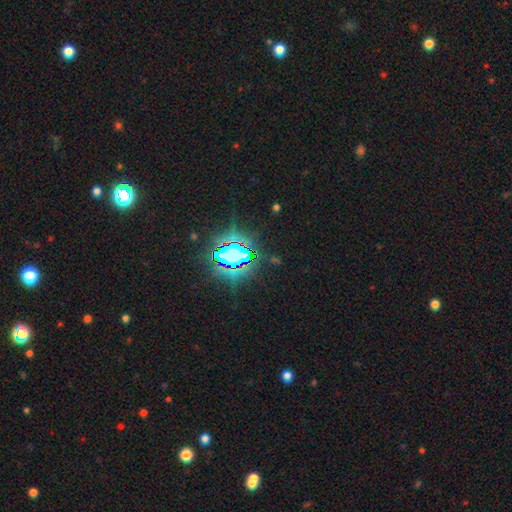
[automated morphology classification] Smooth or featured: star or artifact — 79% (smooth — 12%)